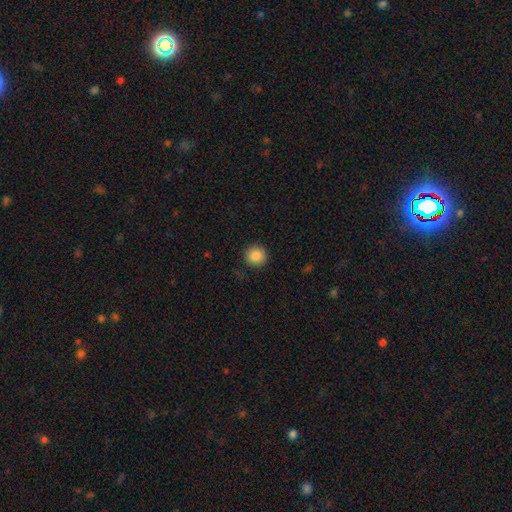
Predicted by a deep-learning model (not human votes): Overall: smooth (87%). How rounded: round (94%). Merging: none (90%).